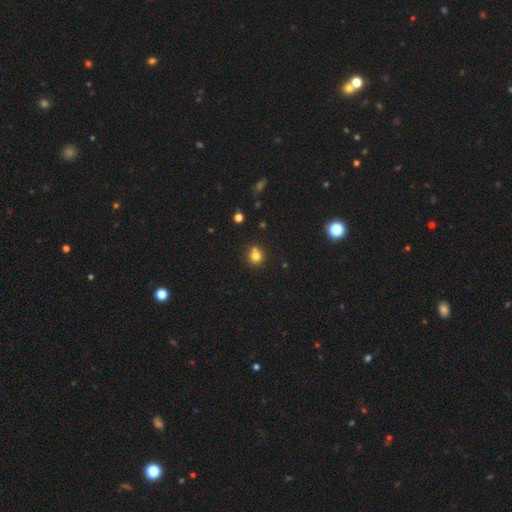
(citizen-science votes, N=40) Smooth or featured? smooth (80%)
How rounded? round (88%)
Merging? none (49%)